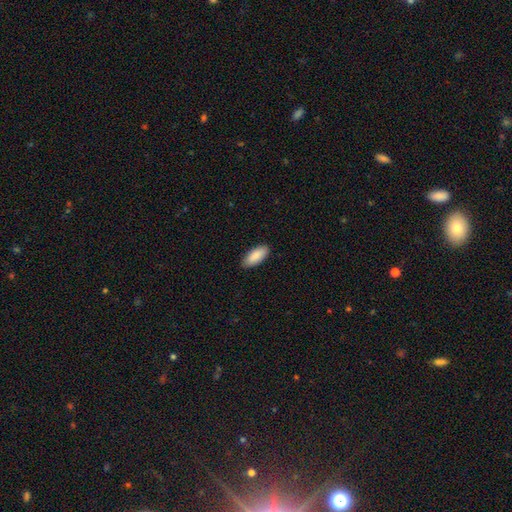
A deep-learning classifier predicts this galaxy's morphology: A smooth galaxy with no disk features (90%) that is in between round and cigar-shaped (86%). Merging: none (88%).